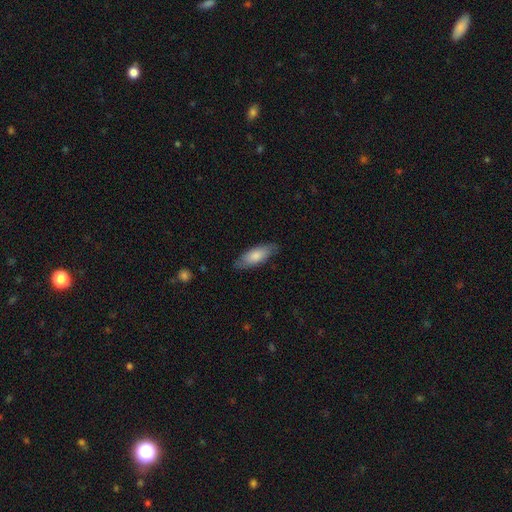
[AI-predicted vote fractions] The model was most divided on "how rounded": in between: 70%, cigar-shaped: 29%, round: 2%. More confident: merging — none (81%); smooth or featured — smooth (77%).